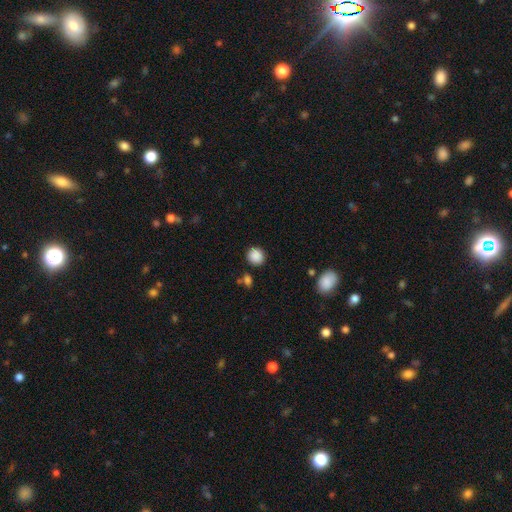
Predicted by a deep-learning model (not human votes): Smooth or featured? Predicted: smooth (p=0.88). How rounded? Predicted: round (p=0.88). Merging? Predicted: none (p=0.86).